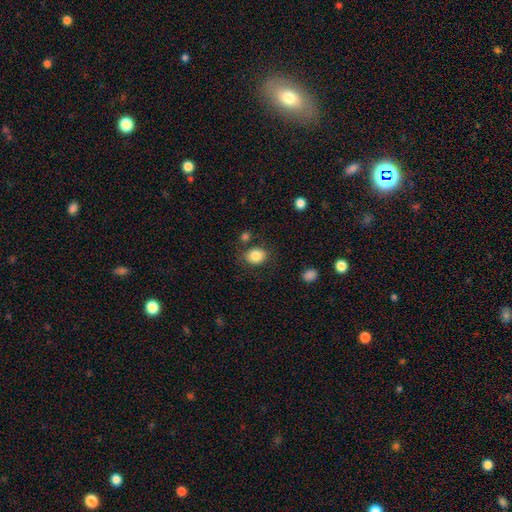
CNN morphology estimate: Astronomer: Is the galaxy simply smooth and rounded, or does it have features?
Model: smooth — 85%.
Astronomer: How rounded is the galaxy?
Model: round — 56% (runner-up: in between, 43%).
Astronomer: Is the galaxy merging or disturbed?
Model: none — 77%.